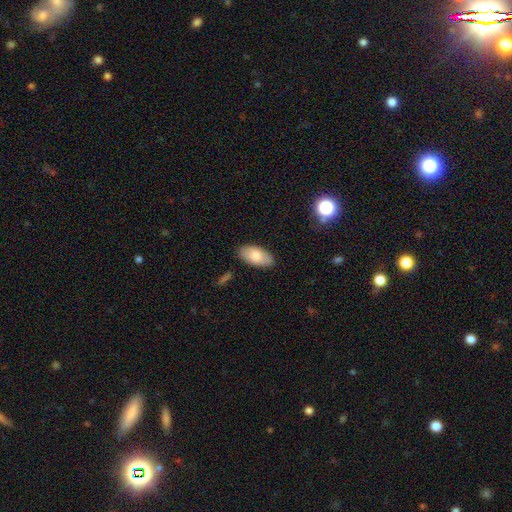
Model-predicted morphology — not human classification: smooth-or-featured: smooth: 83% | featured or disk: 11% | star or artifact: 6%
  how-rounded: in between: 94% | cigar-shaped: 4% | round: 2%
  merging: none: 86% | minor disturbance: 11% | major disturbance: 2% | merger: 1%